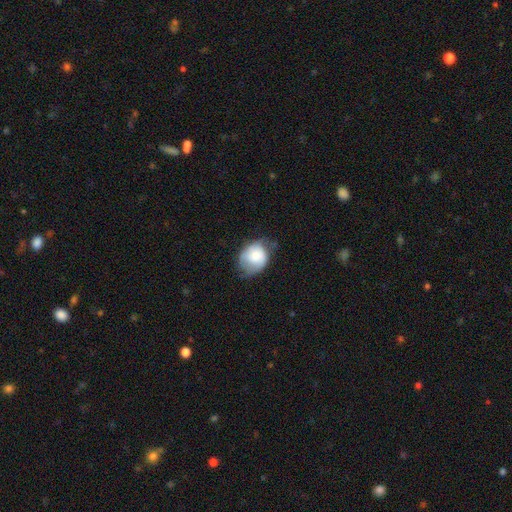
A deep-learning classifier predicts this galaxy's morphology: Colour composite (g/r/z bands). It shows a smooth galaxy with no disk features (66%) that is round (55%). Merging: minor disturbance (41%).